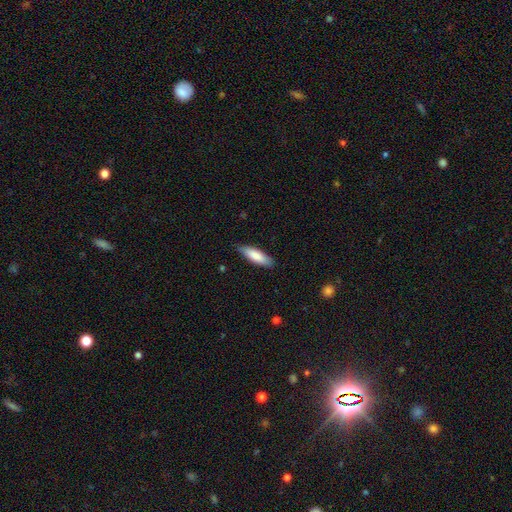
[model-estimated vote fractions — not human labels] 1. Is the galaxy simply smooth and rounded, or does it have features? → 83% smooth, 12% featured or disk, 5% star or artifact.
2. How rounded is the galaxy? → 53% cigar-shaped, 46% in between, 1% round.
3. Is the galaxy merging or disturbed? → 84% none, 13% minor disturbance, 2% major disturbance, 1% merger.